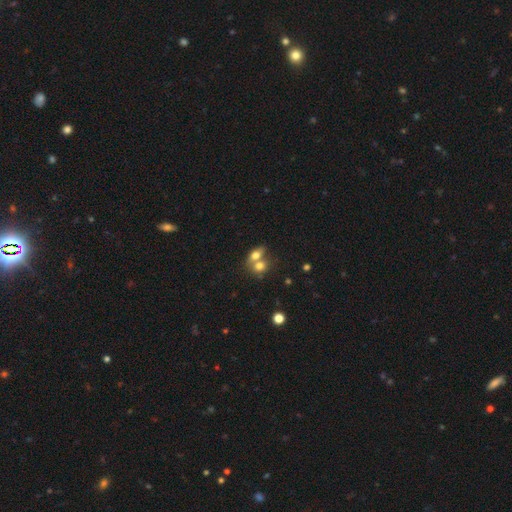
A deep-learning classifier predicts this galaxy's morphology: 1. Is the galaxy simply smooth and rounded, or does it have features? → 73% smooth, 17% featured or disk, 9% star or artifact.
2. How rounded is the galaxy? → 66% in between, 31% round, 3% cigar-shaped.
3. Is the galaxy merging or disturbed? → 66% merger, 24% none, 7% minor disturbance, 3% major disturbance.